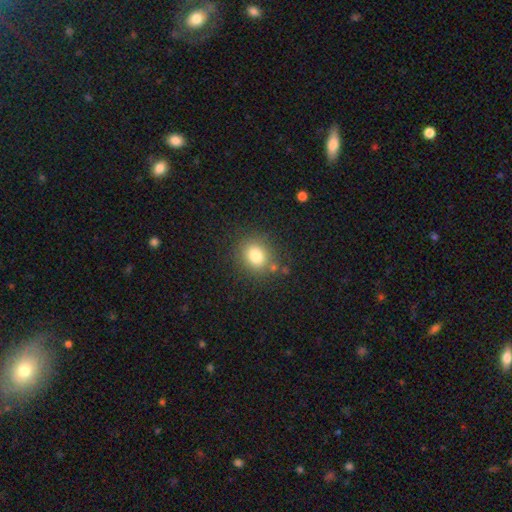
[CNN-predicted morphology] Smooth or featured: smooth — 80% (star or artifact — 12%)
How rounded: round — 67% (in between — 32%)
Merging: none — 81% (minor disturbance — 11%)